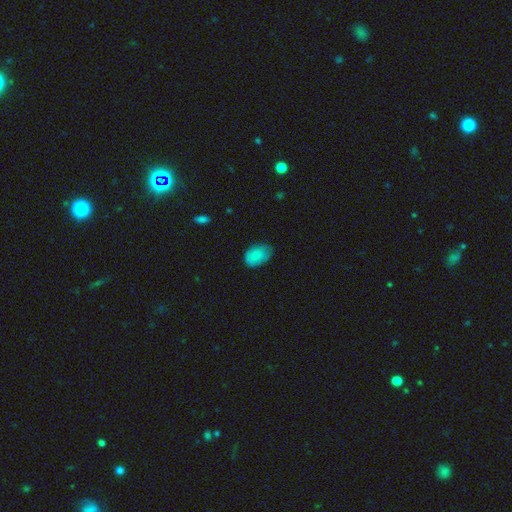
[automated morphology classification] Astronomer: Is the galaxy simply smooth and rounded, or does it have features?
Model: smooth — 84%.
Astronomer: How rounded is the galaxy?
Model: in between — 82%.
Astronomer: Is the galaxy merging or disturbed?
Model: none — 65%.